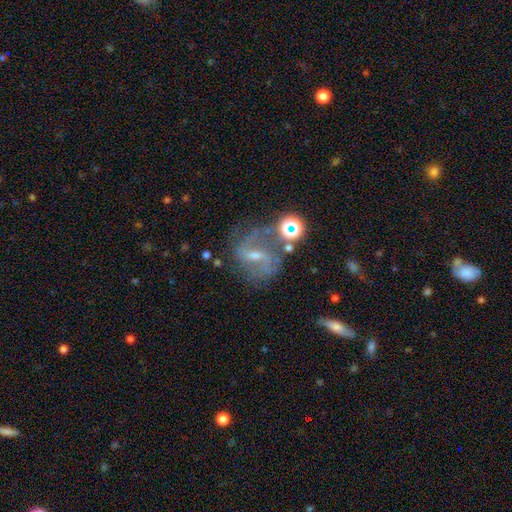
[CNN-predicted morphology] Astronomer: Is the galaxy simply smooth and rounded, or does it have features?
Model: featured or disk — 72%.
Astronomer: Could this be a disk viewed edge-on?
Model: no — 95%.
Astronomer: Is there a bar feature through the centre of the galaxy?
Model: weak — 49% (runner-up: strong, 32%).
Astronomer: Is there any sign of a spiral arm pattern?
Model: yes — 85%.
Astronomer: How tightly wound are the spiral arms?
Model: medium — 47% (runner-up: loose, 34%).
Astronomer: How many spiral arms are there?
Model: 2 — 71%.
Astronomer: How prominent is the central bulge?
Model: small — 50% (runner-up: moderate, 38%).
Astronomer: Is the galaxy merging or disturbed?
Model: none — 57%.